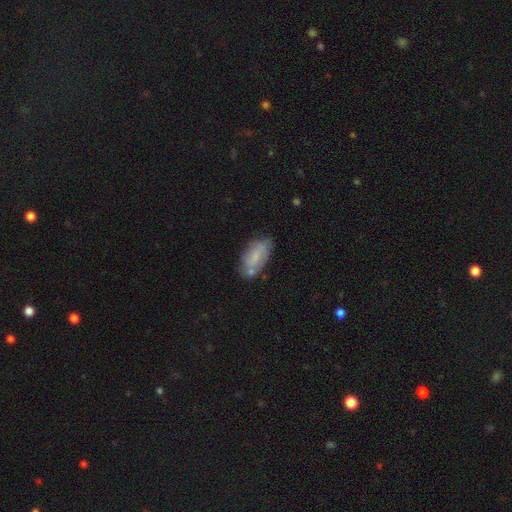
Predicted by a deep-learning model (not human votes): This is likely a smooth galaxy (63%). How rounded: clearly in between (91%). Merging: possibly none (59%).